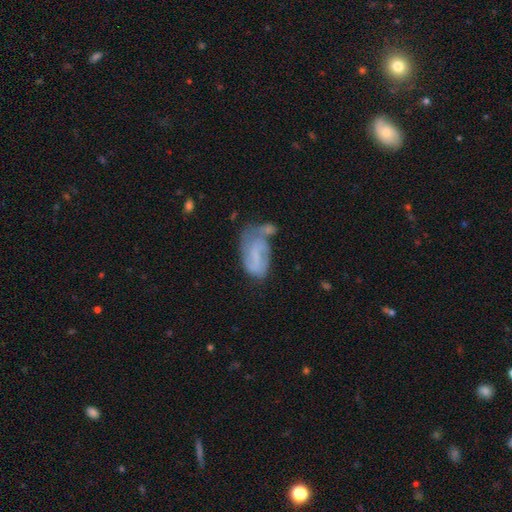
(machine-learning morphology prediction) The model was most divided on "merging" (2-way tie): none: 26%, merger: 26%, minor disturbance: 25%, major disturbance: 24%. More confident: edge-on disk — no (95%); smooth or featured — featured or disk (51%).